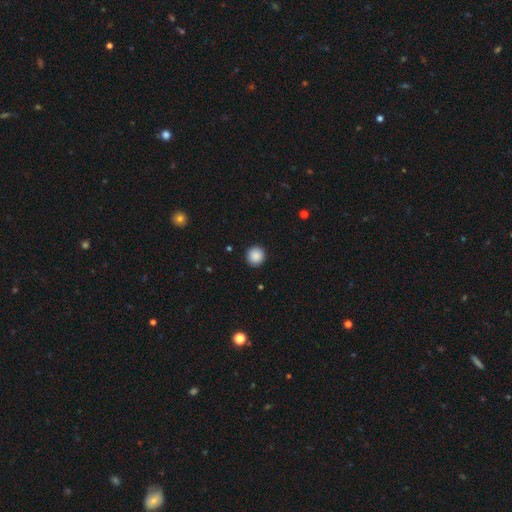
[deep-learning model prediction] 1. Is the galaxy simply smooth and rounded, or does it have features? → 89% smooth, 9% star or artifact, 3% featured or disk.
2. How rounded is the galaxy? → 94% round, 5% in between, 1% cigar-shaped.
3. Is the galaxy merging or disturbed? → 92% none, 5% minor disturbance, 2% major disturbance, 1% merger.